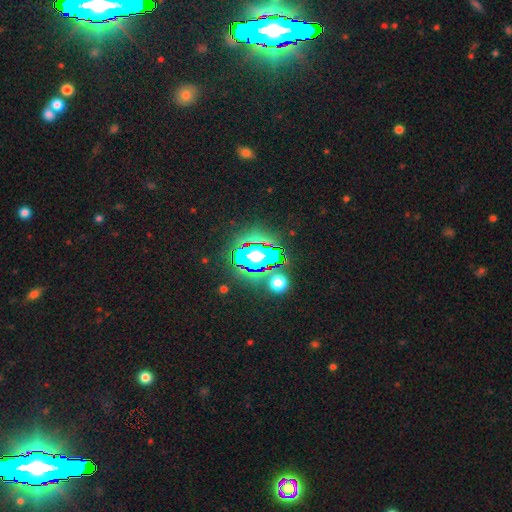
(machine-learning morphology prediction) Smooth or featured?
  - star or artifact: 60% *
  - smooth: 25%
  - featured or disk: 15%